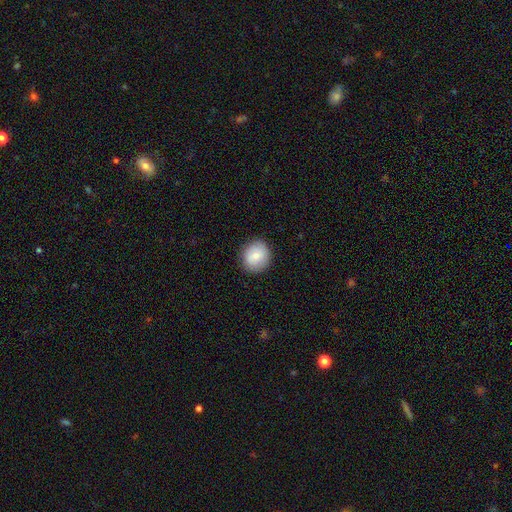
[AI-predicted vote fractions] A smooth galaxy with no disk features (78%) that is round (81%).

Vote fractions:
- Smooth or featured? smooth: 78% / featured or disk: 14% / star or artifact: 8%
- How rounded? round: 81% / in between: 18% / cigar-shaped: 1%
- Merging? none: 88% / minor disturbance: 9% / major disturbance: 2% / merger: 1%